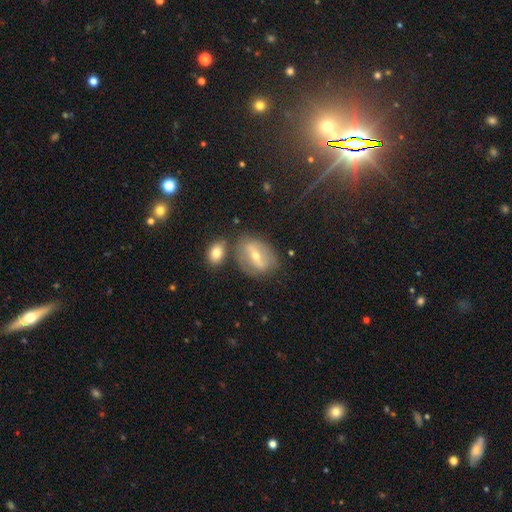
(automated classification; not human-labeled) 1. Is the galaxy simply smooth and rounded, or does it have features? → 59% featured or disk, 32% smooth, 10% star or artifact.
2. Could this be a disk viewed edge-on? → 88% no, 12% yes.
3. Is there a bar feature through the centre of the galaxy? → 52% strong, 30% weak, 18% no.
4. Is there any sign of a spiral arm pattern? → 60% no, 40% yes.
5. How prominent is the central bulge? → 53% moderate, 43% small, 2% large, 1% none, 1% dominant.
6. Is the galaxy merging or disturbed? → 67% none, 16% minor disturbance, 12% merger, 6% major disturbance.